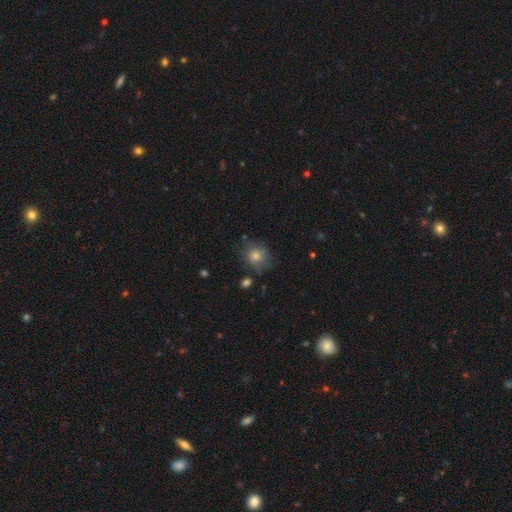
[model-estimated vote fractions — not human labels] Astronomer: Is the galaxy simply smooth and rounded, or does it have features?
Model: smooth — 68%.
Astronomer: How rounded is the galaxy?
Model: round — 76%.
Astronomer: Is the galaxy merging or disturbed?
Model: none — 72%.